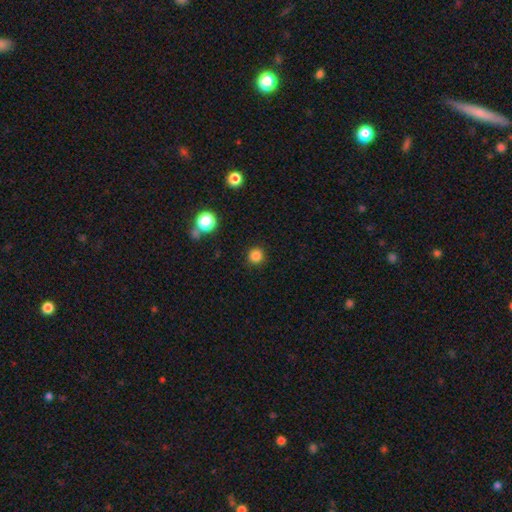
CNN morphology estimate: A smooth galaxy with no disk features (84%) that is round (95%).

Vote fractions:
- Smooth or featured? smooth: 84% / star or artifact: 13% / featured or disk: 3%
- How rounded? round: 95% / in between: 4% / cigar-shaped: 1%
- Merging? none: 90% / minor disturbance: 6% / major disturbance: 2% / merger: 2%